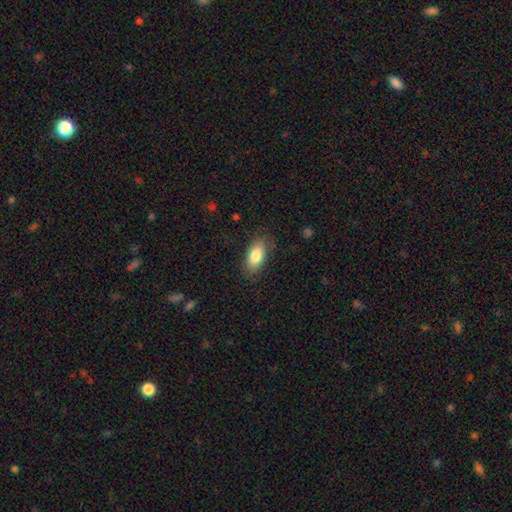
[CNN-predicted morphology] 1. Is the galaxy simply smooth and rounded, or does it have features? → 82% smooth, 11% featured or disk, 7% star or artifact.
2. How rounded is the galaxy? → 89% in between, 8% cigar-shaped, 4% round.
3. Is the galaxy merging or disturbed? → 83% none, 13% minor disturbance, 4% major disturbance, 1% merger.